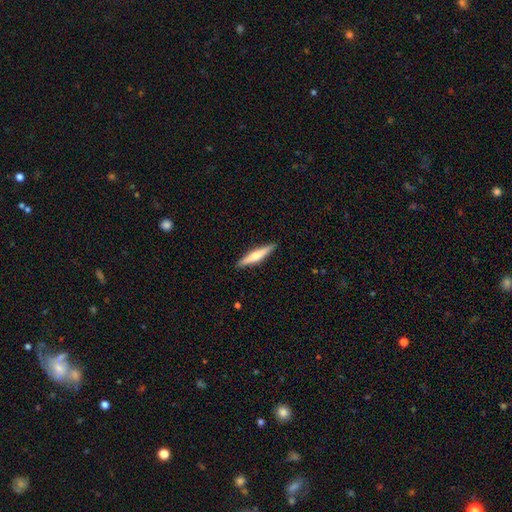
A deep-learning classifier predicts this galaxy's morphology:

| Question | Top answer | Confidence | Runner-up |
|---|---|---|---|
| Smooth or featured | featured or disk | 50% | smooth (45%) |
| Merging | none | 90% | minor disturbance (7%) |